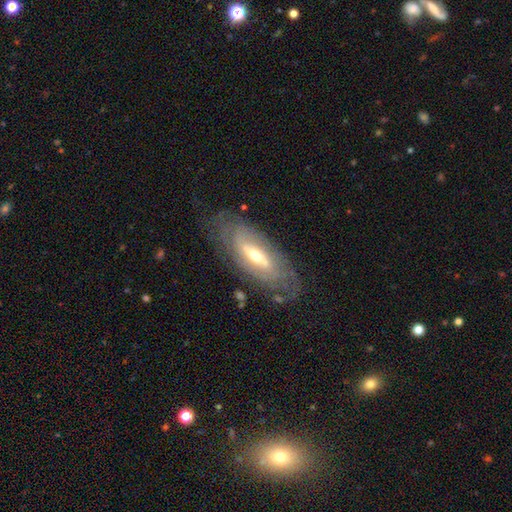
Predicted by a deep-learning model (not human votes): Morphology: type=featured or disk (75%); edge-on=no (82%); bar=weak (35%); spiral arms=yes (71%); bulge=moderate (59%); merging=none (72%).